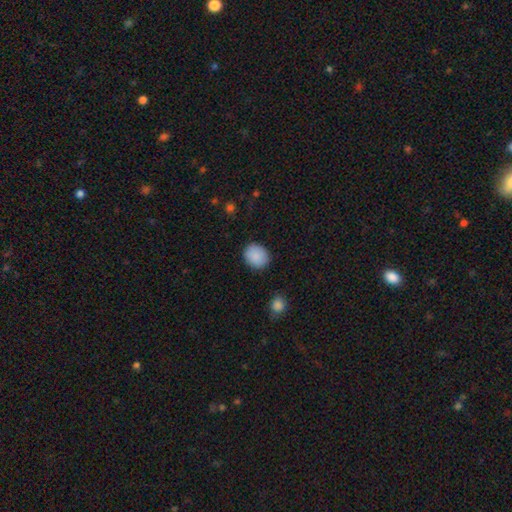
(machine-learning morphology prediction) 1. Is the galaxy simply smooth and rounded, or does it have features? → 89% smooth, 7% star or artifact, 4% featured or disk.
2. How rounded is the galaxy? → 62% round, 37% in between, 1% cigar-shaped.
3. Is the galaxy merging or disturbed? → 87% none, 9% minor disturbance, 2% major disturbance, 1% merger.